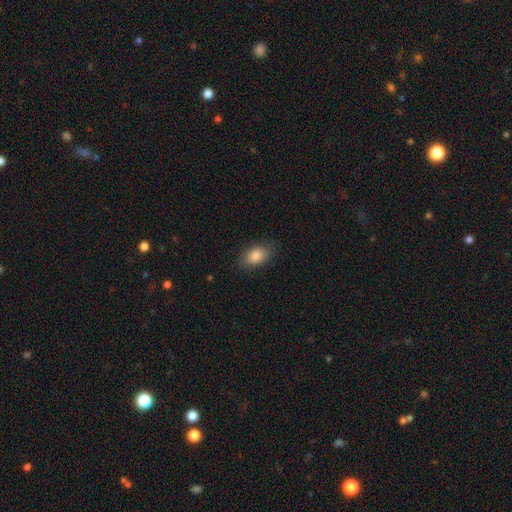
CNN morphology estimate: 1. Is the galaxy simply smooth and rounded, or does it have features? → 85% smooth, 7% star or artifact, 7% featured or disk.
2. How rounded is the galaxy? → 88% in between, 10% round, 2% cigar-shaped.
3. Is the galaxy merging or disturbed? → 83% none, 13% minor disturbance, 3% major disturbance, 1% merger.